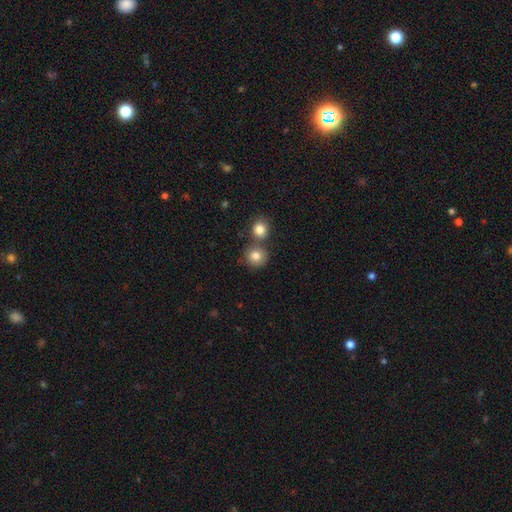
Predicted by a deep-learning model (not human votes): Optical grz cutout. It shows a smooth galaxy with no disk features (81%) that is round (89%). Merging: none (64%).